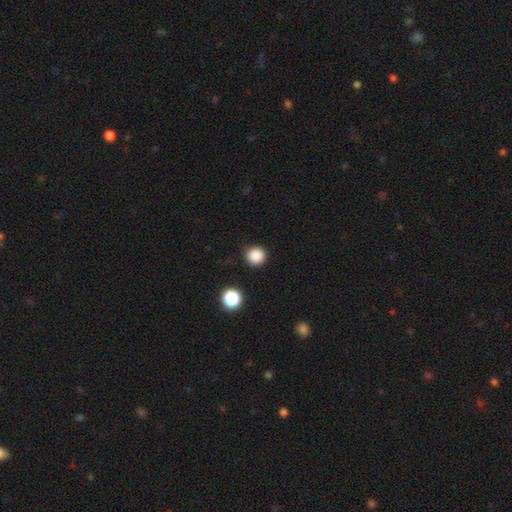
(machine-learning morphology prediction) Q: Smooth or featured?
A: smooth (86%); runner-up: star or artifact (11%)
Q: How rounded?
A: round (93%); runner-up: in between (6%)
Q: Merging?
A: none (90%); runner-up: minor disturbance (7%)